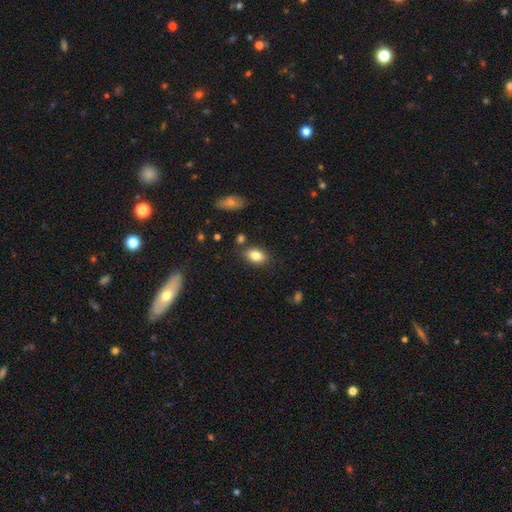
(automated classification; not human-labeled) smooth-or-featured: smooth: 83% | featured or disk: 9% | star or artifact: 8%
  how-rounded: in between: 88% | round: 10% | cigar-shaped: 2%
  merging: none: 81% | minor disturbance: 12% | merger: 5% | major disturbance: 3%